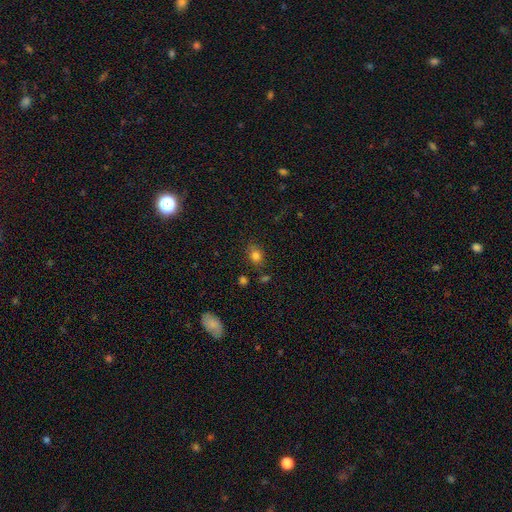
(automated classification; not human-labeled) Q: Smooth or featured?
A: smooth (81%); runner-up: star or artifact (12%)
Q: How rounded?
A: round (52%); runner-up: in between (47%)
Q: Merging?
A: none (78%); runner-up: minor disturbance (14%)